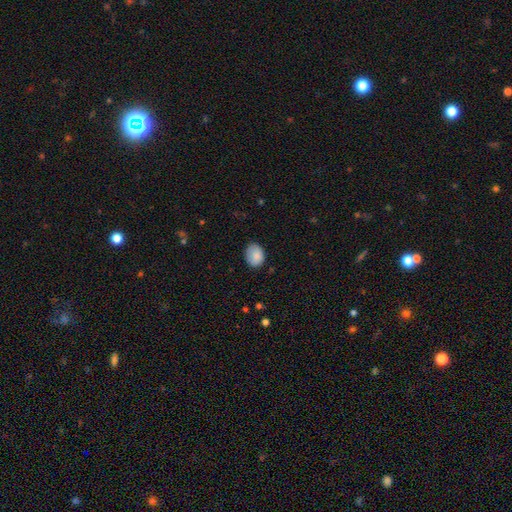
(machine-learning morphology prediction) Smooth or featured? Predicted: smooth (p=0.86). How rounded? Predicted: in between (p=0.64). Merging? Predicted: none (p=0.76).